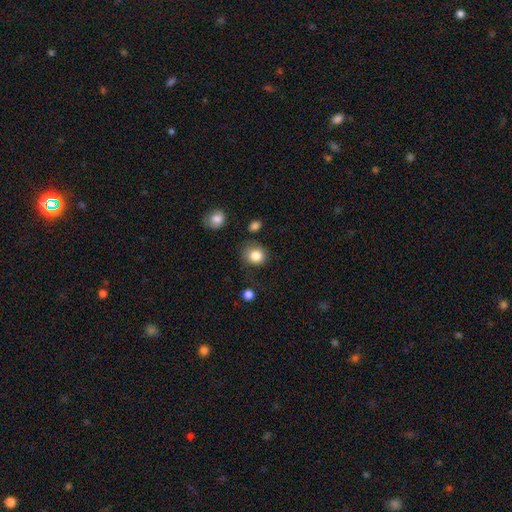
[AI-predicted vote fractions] A smooth galaxy with no disk features (84%) that is round (76%).

Vote fractions:
- Smooth or featured? smooth: 84% / star or artifact: 10% / featured or disk: 6%
- How rounded? round: 76% / in between: 23% / cigar-shaped: 1%
- Merging? none: 71% / minor disturbance: 20% / major disturbance: 6% / merger: 3%